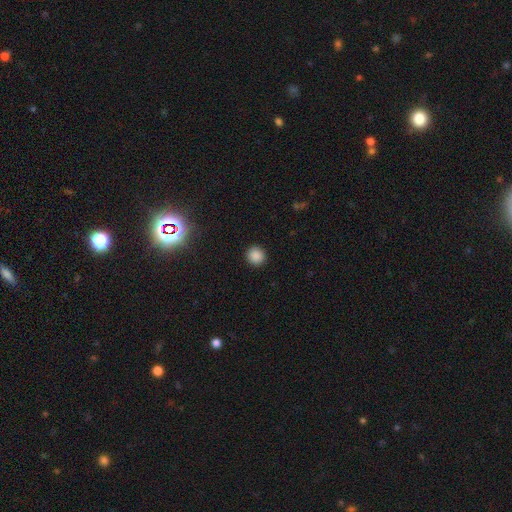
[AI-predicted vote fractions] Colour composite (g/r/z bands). It shows a smooth galaxy with no disk features (86%) that is round (92%). Merging: none (92%).